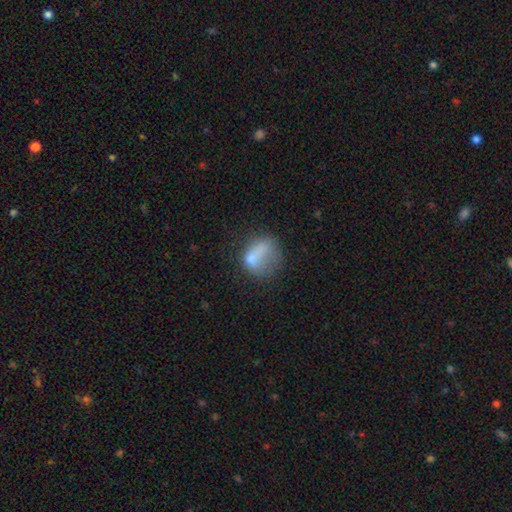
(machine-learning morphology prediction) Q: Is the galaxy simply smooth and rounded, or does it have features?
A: smooth — 65%.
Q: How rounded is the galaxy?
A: round — 49%, tied with in between.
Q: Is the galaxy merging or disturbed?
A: major disturbance — 36%.